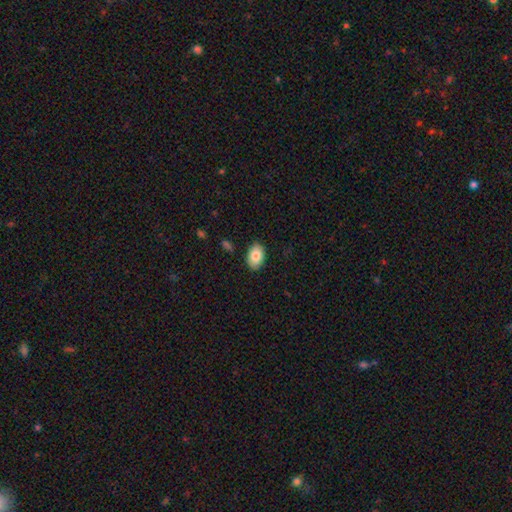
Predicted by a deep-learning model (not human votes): Smooth or featured? Predicted: smooth (p=0.83). How rounded? Predicted: in between (p=0.88). Merging? Predicted: none (p=0.89).